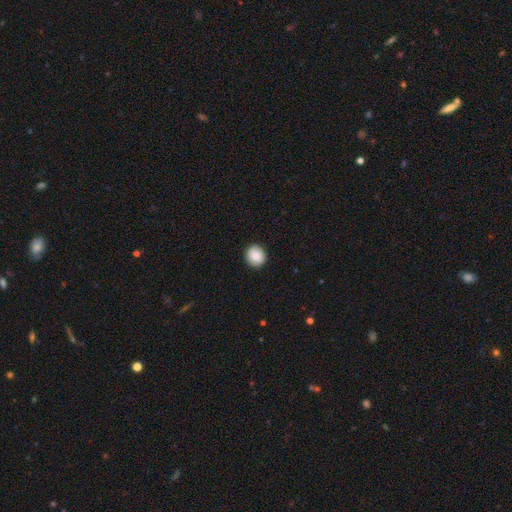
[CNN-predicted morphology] Smooth or featured? smooth (88%)
How rounded? round (88%)
Merging? none (92%)